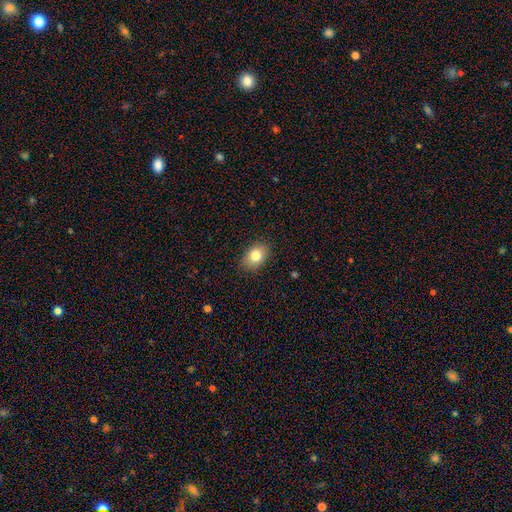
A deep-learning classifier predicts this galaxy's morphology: smooth 81%, featured or disk 11%, star or artifact 9%. Down the decision tree: how rounded — in between (82%); merging — none (88%).